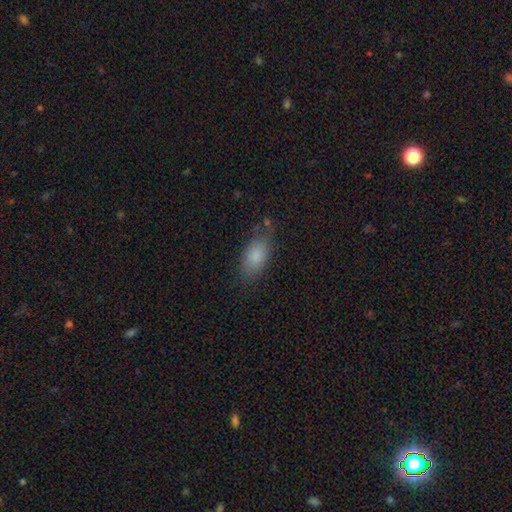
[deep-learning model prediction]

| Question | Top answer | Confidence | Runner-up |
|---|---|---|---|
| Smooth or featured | smooth | 84% | featured or disk (8%) |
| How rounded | in between | 89% | cigar-shaped (7%) |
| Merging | none | 73% | minor disturbance (19%) |